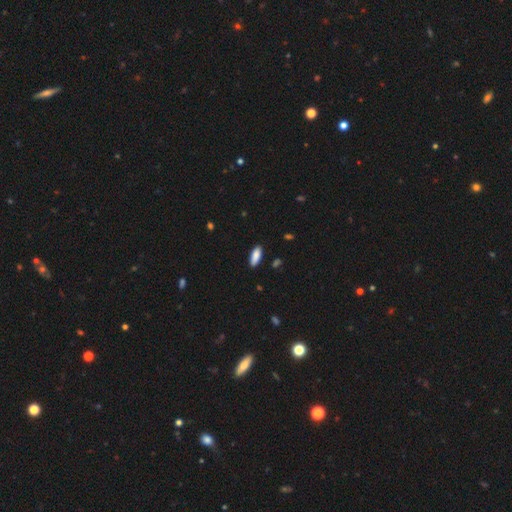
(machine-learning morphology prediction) smooth-or-featured: smooth: 87% | featured or disk: 7% | star or artifact: 6%
  how-rounded: in between: 74% | cigar-shaped: 24% | round: 2%
  merging: none: 86% | minor disturbance: 11% | major disturbance: 2% | merger: 1%